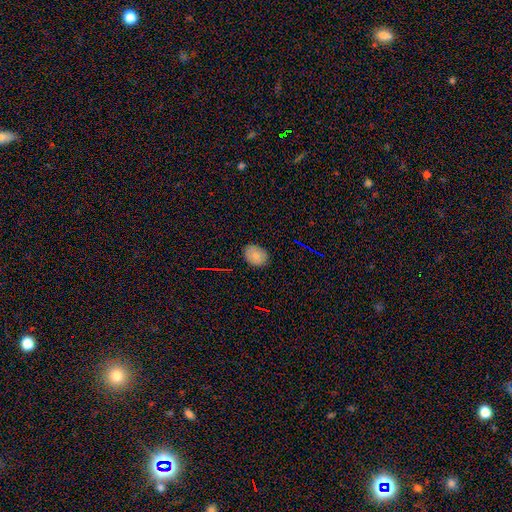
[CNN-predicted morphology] Smooth or featured? smooth (77%)
How rounded? in between (50%)
Merging? none (86%)